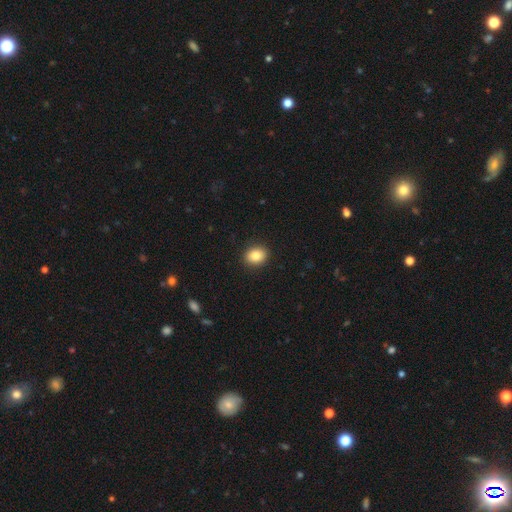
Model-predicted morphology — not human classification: Smooth or featured? Predicted: smooth (p=0.85). How rounded? Predicted: round (p=0.55). Merging? Predicted: none (p=0.91).